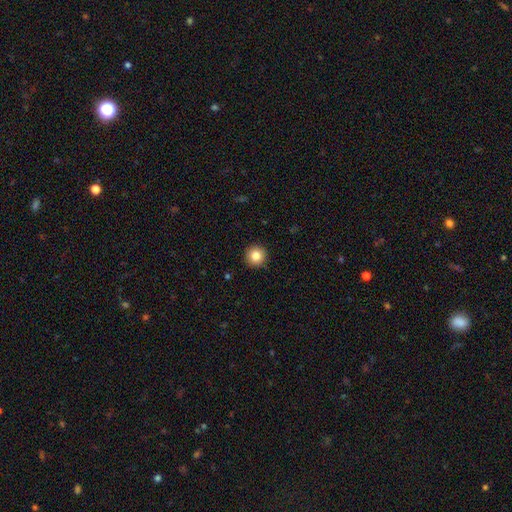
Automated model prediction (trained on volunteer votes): A smooth galaxy with no disk features (82%) that is round (96%).

Vote fractions:
- Smooth or featured? smooth: 82% / star or artifact: 10% / featured or disk: 8%
- How rounded? round: 96% / in between: 3% / cigar-shaped: 1%
- Merging? none: 93% / minor disturbance: 5% / major disturbance: 1% / merger: 1%